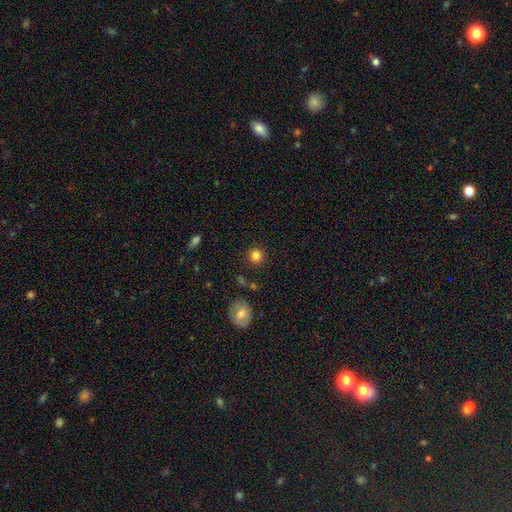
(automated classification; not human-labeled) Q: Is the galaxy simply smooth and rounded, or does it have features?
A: smooth — 82%.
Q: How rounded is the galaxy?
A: round — 93%.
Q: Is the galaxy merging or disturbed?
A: none — 87%.